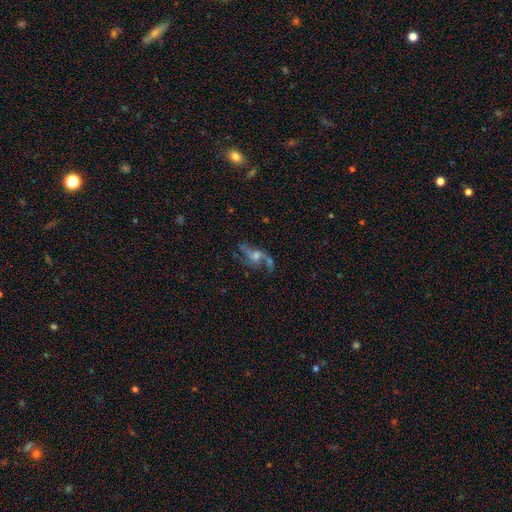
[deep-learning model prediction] Smooth or featured? featured or disk (64%)
Edge-on disk? no (90%)
Bar? no (65%)
Spiral arms? yes (78%)
Bulge size? moderate (49%)
Merging? none (50%)